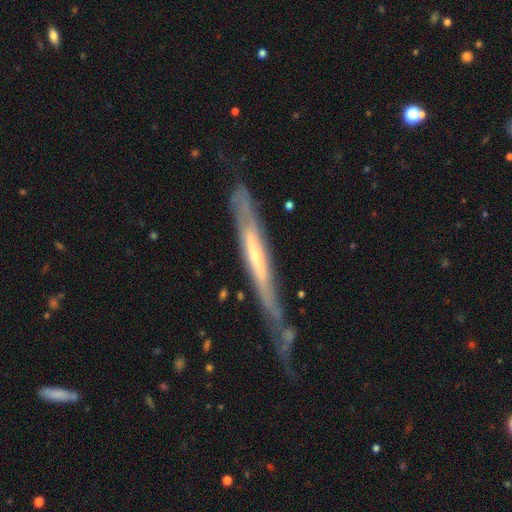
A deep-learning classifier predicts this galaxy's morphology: Smooth or featured?
  - featured or disk: 72% *
  - smooth: 23%
  - star or artifact: 6%
Edge-on disk?
  - yes: 77% *
  - no: 23%
Edge-on bulge?
  - none: 55% *
  - rounded: 38%
  - boxy: 7%
Merging?
  - none: 52% *
  - minor disturbance: 27%
  - major disturbance: 14%
  - merger: 6%